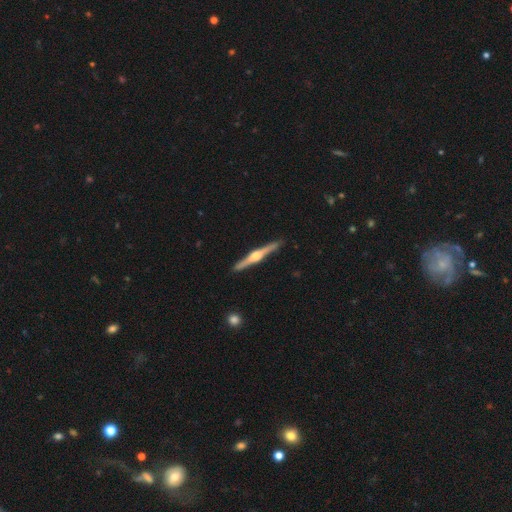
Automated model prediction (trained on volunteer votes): Smooth or featured? featured or disk (82%)
Edge-on disk? yes (99%)
Edge-on bulge? rounded (92%)
Merging? none (92%)